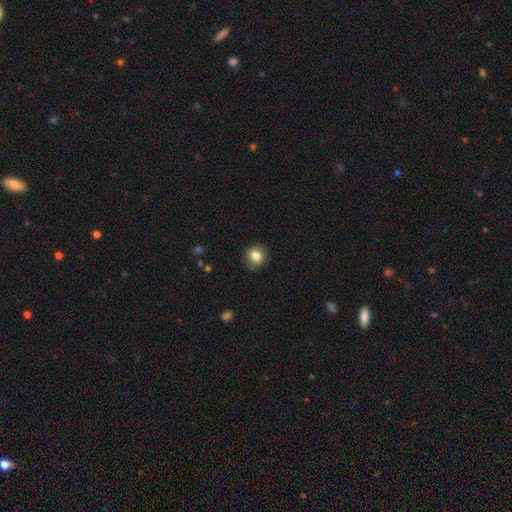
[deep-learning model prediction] Morphology: type=smooth (83%); roundness=round (83%); merging=none (87%).